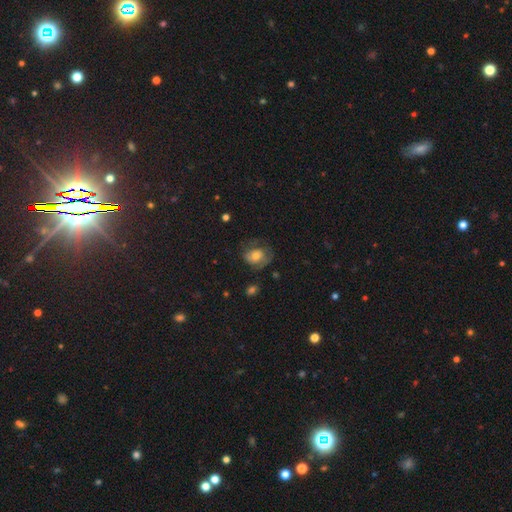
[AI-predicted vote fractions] Smooth or featured?
  - smooth: 53% *
  - featured or disk: 38%
  - star or artifact: 10%
How rounded?
  - in between: 52% *
  - round: 47%
  - cigar-shaped: 1%
Merging?
  - none: 47% *
  - minor disturbance: 26%
  - major disturbance: 25%
  - merger: 2%